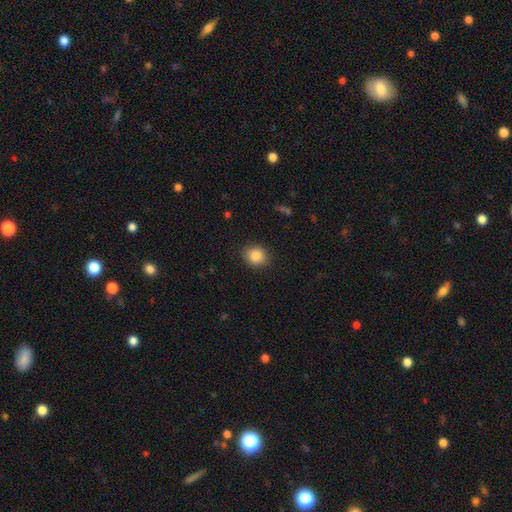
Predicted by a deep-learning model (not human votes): smooth 87%, star or artifact 9%, featured or disk 4%. Down the decision tree: how rounded — round (64%); merging — none (88%).